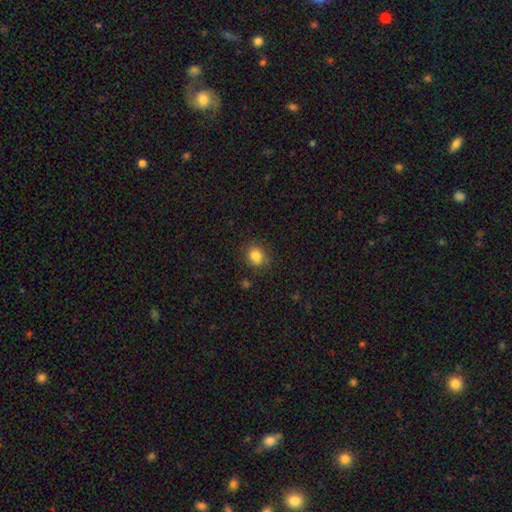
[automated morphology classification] smooth-or-featured: smooth: 83% | star or artifact: 11% | featured or disk: 5%
  how-rounded: round: 75% | in between: 24% | cigar-shaped: 1%
  merging: none: 82% | minor disturbance: 12% | major disturbance: 3% | merger: 2%